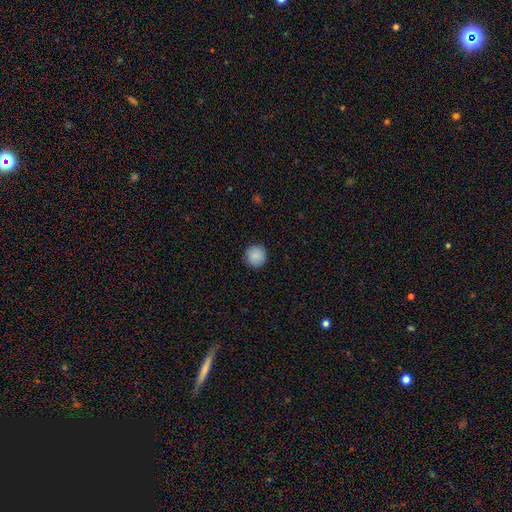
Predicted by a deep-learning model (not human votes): Overall: smooth (88%). How rounded: round (95%). Merging: none (91%).